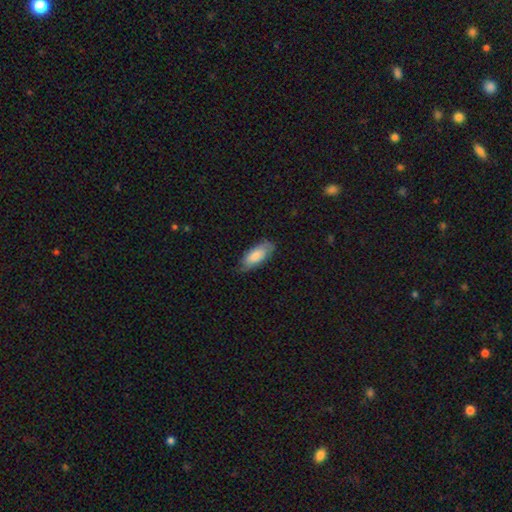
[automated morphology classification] Smooth or featured?
  - smooth: 75% *
  - featured or disk: 19%
  - star or artifact: 6%
How rounded?
  - in between: 82% *
  - cigar-shaped: 16%
  - round: 2%
Merging?
  - none: 70% *
  - minor disturbance: 24%
  - major disturbance: 5%
  - merger: 1%